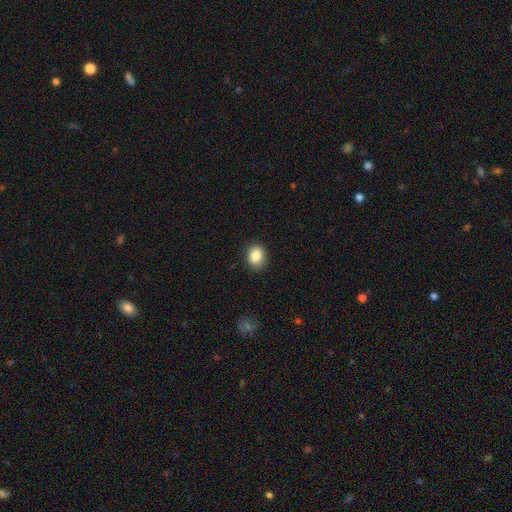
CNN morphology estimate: This appears to be a smooth galaxy with no disk features (85%) that is round (50%). Merging: none (88%).